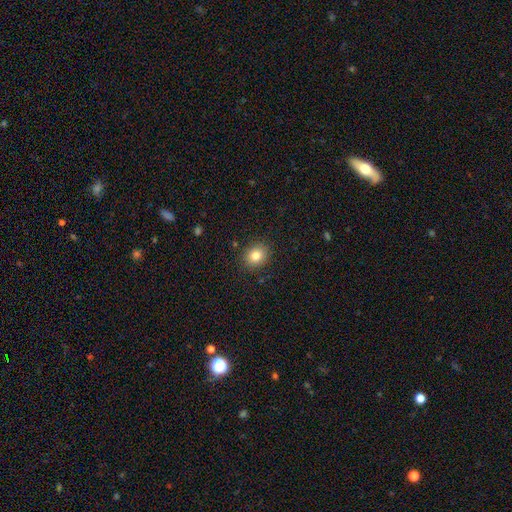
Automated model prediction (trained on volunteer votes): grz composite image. It shows a smooth galaxy with no disk features (82%) that is round (64%). Merging: none (89%).